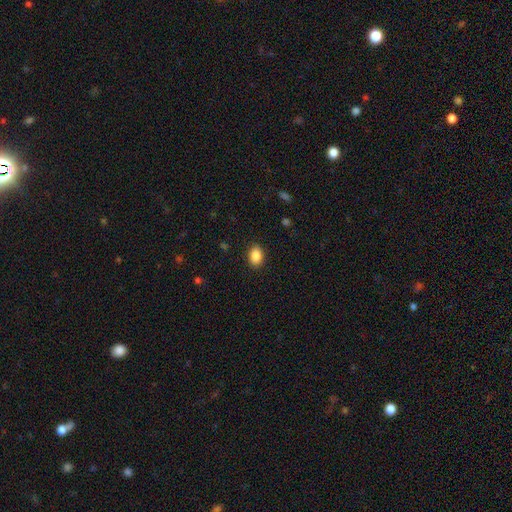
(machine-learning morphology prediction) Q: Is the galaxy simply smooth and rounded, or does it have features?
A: smooth — 88%.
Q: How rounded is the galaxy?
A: in between — 81%.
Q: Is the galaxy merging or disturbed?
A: none — 89%.